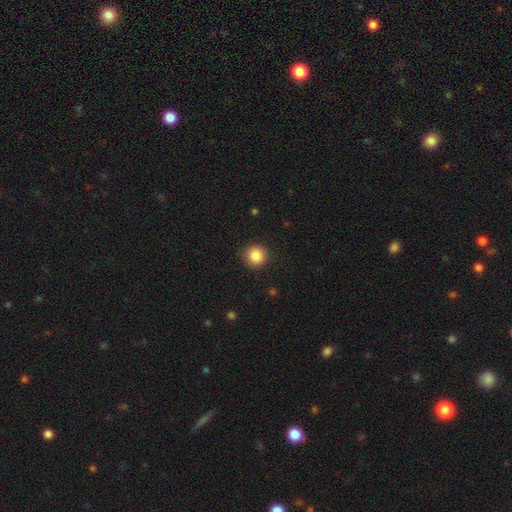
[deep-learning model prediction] smooth_or_featured: smooth (p=0.87) [alt: star or artifact p=0.10]
how_rounded: round (p=0.93) [alt: in between p=0.06]
merging: none (p=0.89) [alt: minor disturbance p=0.08]